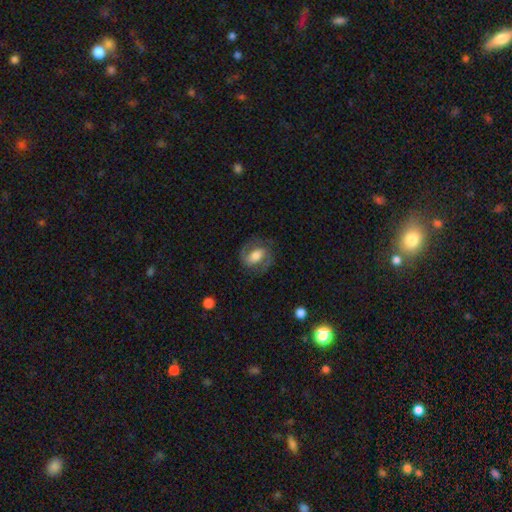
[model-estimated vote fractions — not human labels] This is likely a featured or disk galaxy (64%). It is clearly not viewed edge-on (96%). Bar: marginally weak (41%). Spiral arm pattern: clearly yes (86%). Spiral arm count: clearly 2 (88%). Spiral winding: possibly medium (53%). Central bulge: possibly moderate (48%). Merging: likely none (75%).